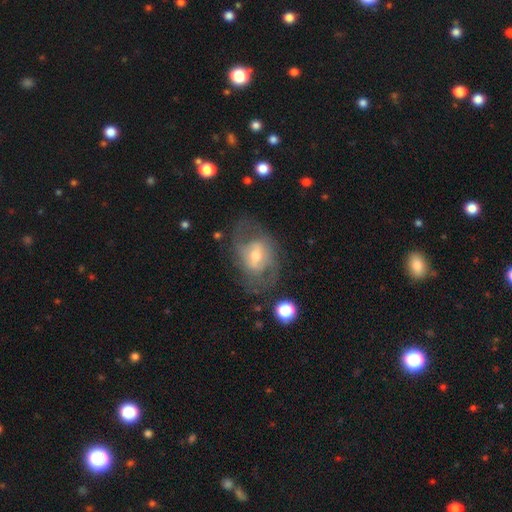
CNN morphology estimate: Q: Smooth or featured?
A: featured or disk (67%); runner-up: smooth (25%)
Q: Edge-on disk?
A: no (94%); runner-up: yes (6%)
Q: Bar?
A: weak (45%); runner-up: no (32%)
Q: Spiral arms?
A: yes (62%); runner-up: no (38%)
Q: Bulge size?
A: moderate (58%); runner-up: small (34%)
Q: Merging?
A: none (55%); runner-up: major disturbance (21%)